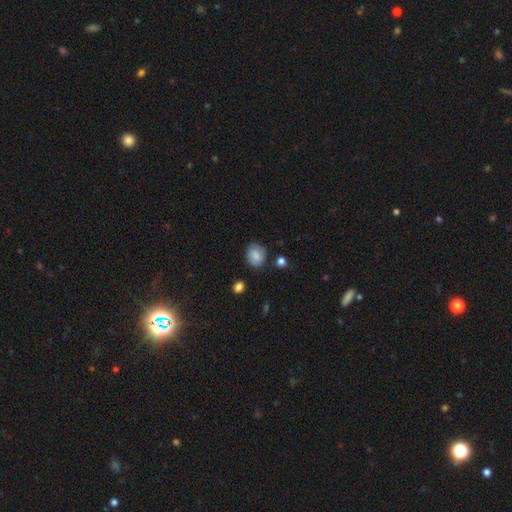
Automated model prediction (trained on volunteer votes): Smooth or featured?
  - smooth: 83% *
  - star or artifact: 9%
  - featured or disk: 8%
How rounded?
  - round: 64% *
  - in between: 35%
  - cigar-shaped: 1%
Merging?
  - none: 78% *
  - minor disturbance: 15%
  - major disturbance: 4%
  - merger: 3%